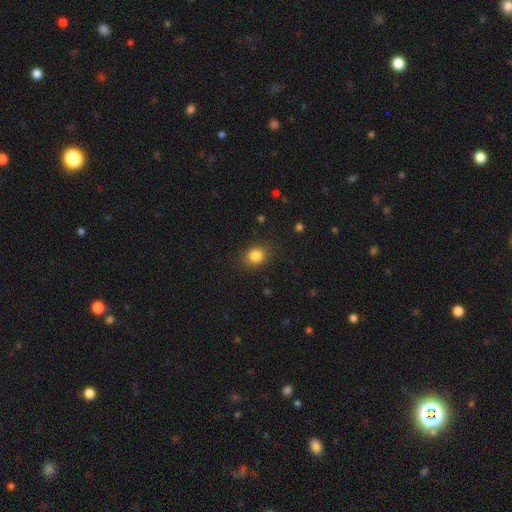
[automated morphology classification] This is clearly a smooth galaxy (84%). How rounded: likely round (67%). Merging: clearly none (85%).